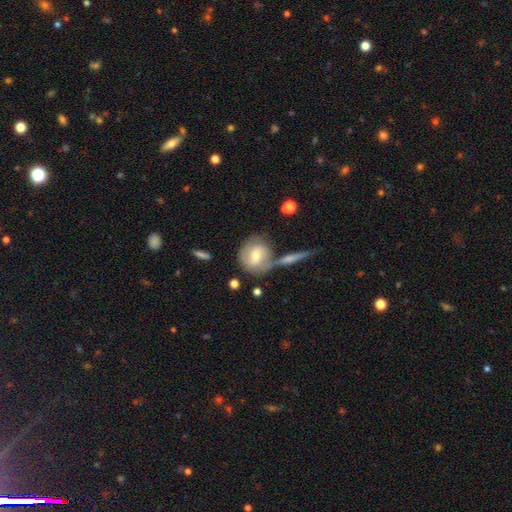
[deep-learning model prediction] Q: Smooth or featured?
A: featured or disk (48%); runner-up: smooth (45%)
Q: Merging?
A: none (50%); runner-up: merger (26%)